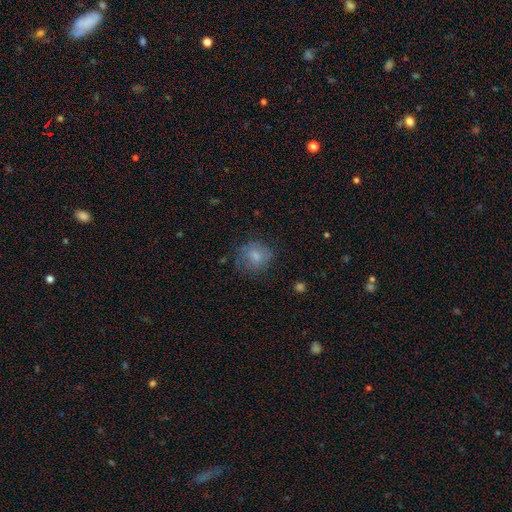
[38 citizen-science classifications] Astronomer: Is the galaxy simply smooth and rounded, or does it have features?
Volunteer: smooth — 79%.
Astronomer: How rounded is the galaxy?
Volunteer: round — 87%.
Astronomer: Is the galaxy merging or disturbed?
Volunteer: none — 66%.